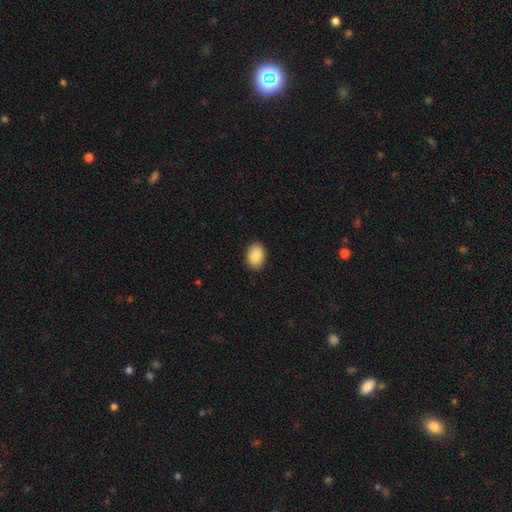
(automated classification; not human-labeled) Q: Smooth or featured?
A: smooth (88%); runner-up: star or artifact (7%)
Q: How rounded?
A: in between (74%); runner-up: round (25%)
Q: Merging?
A: none (90%); runner-up: minor disturbance (7%)